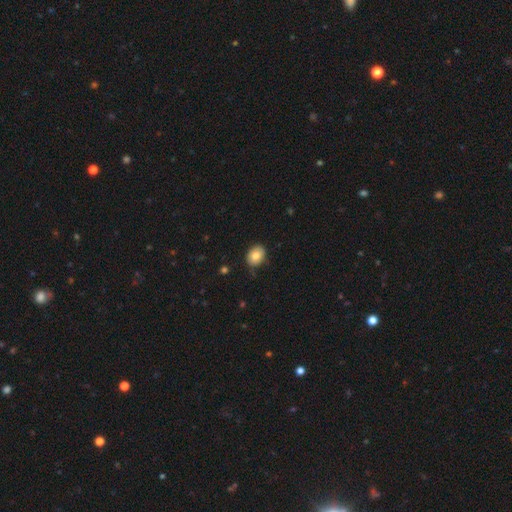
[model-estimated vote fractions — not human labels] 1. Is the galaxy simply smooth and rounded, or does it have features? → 80% smooth, 11% featured or disk, 8% star or artifact.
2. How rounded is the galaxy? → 54% in between, 46% round, 1% cigar-shaped.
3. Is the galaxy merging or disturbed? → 77% none, 19% minor disturbance, 3% major disturbance, 1% merger.